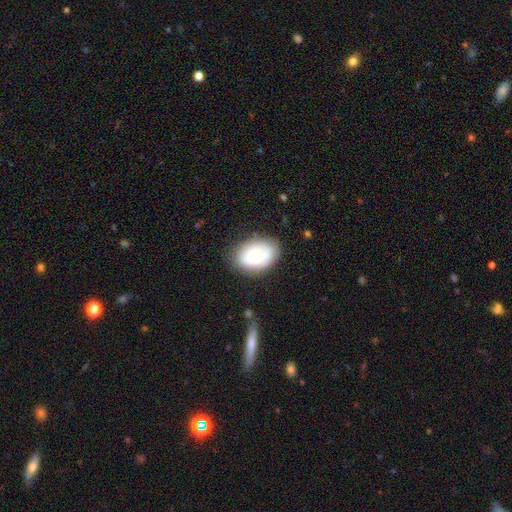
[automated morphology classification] This is possibly a smooth galaxy (60%). How rounded: likely in between (70%). Merging: likely none (75%).